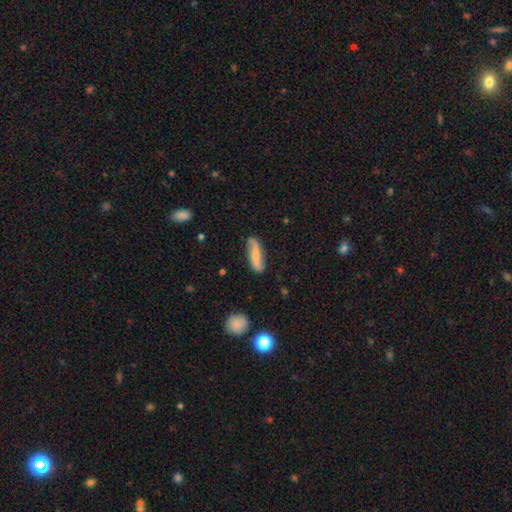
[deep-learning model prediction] This is possibly a featured or disk galaxy (50%). Merging: clearly none (81%).